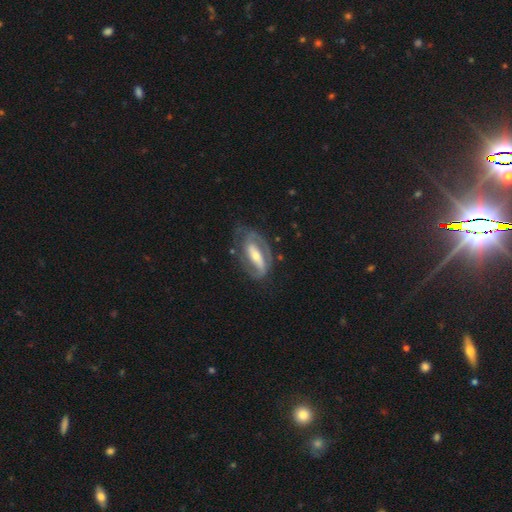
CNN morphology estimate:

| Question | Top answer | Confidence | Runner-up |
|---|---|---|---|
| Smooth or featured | featured or disk | 83% | smooth (12%) |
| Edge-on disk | no | 92% | yes (8%) |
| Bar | strong | 59% | weak (25%) |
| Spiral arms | yes | 87% | no (13%) |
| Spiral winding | tight | 44% | medium (41%) |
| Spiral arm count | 2 | 78% | 1 (9%) |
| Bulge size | moderate | 51% | small (38%) |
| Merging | none | 67% | minor disturbance (19%) |